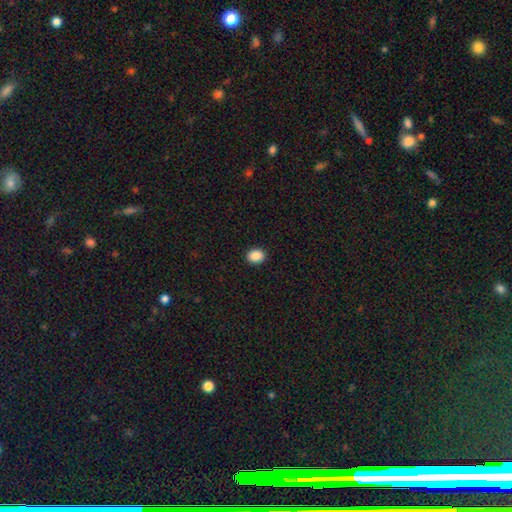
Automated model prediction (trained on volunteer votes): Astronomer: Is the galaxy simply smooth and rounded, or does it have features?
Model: smooth — 88%.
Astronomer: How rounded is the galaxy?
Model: round — 52% (runner-up: in between, 47%).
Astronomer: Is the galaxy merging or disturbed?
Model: none — 92%.